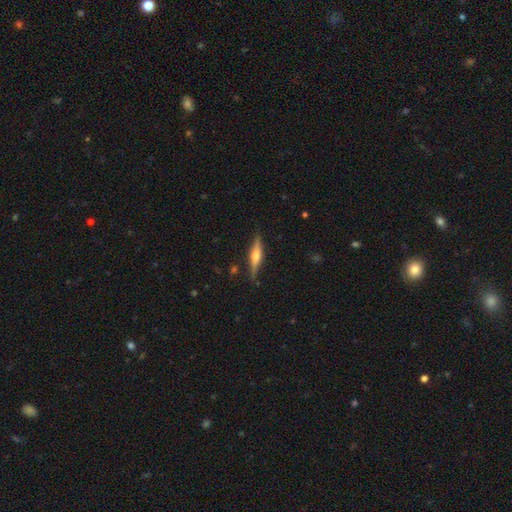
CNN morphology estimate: smooth_or_featured: featured or disk (p=0.67) [alt: smooth p=0.27]
disk_edge_on: yes (p=0.97) [alt: no p=0.03]
edge_on_bulge: rounded (p=0.88) [alt: boxy p=0.09]
merging: none (p=0.86) [alt: minor disturbance p=0.10]